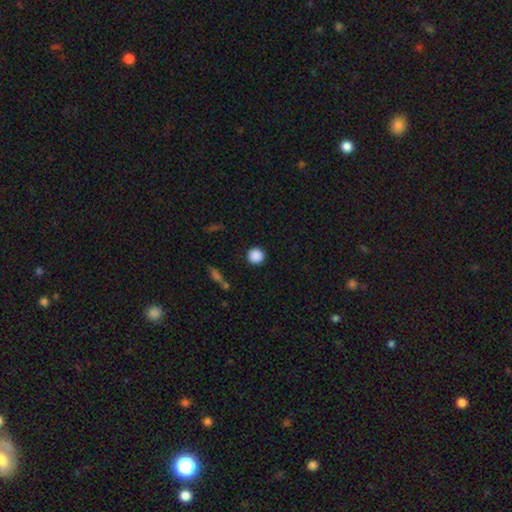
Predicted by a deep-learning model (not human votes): smooth-or-featured: smooth: 88% | star or artifact: 9% | featured or disk: 3%
  how-rounded: round: 94% | in between: 4% | cigar-shaped: 1%
  merging: none: 90% | minor disturbance: 6% | major disturbance: 2% | merger: 2%